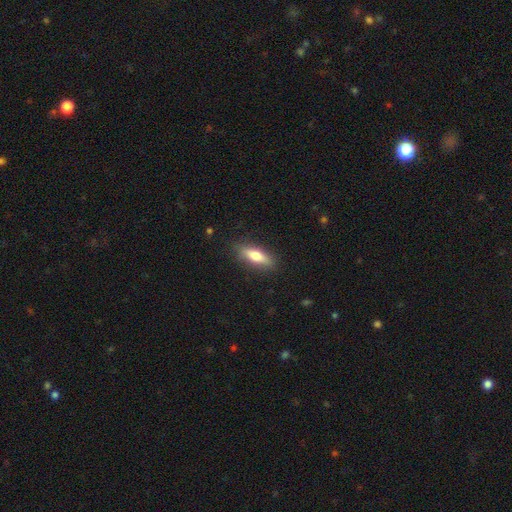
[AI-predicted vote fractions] A smooth galaxy with no disk features (71%) that is in between round and cigar-shaped (52%).

Vote fractions:
- Smooth or featured? smooth: 71% / featured or disk: 23% / star or artifact: 6%
- How rounded? in between: 52% / cigar-shaped: 45% / round: 3%
- Merging? none: 85% / minor disturbance: 11% / major disturbance: 3% / merger: 1%